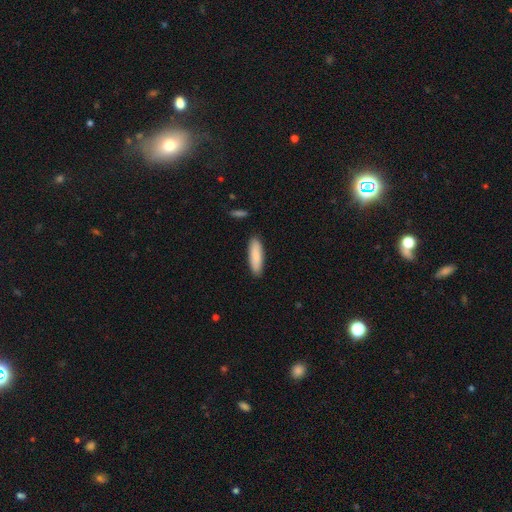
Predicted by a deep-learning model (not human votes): This is clearly a smooth galaxy (86%). How rounded: likely cigar-shaped (60%). Merging: clearly none (88%).